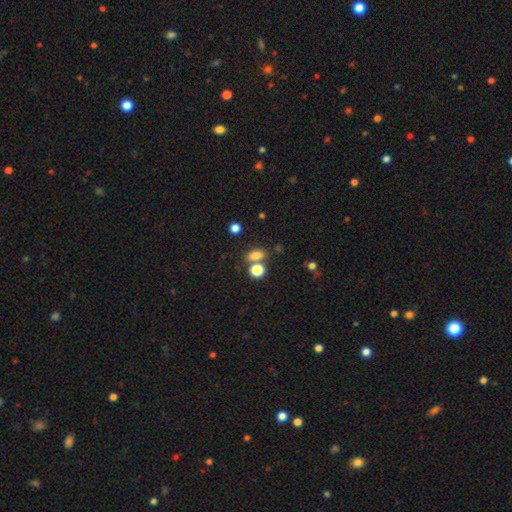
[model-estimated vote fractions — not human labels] A smooth galaxy with no disk features (77%) that is in between round and cigar-shaped (74%). Merging: none (62%).